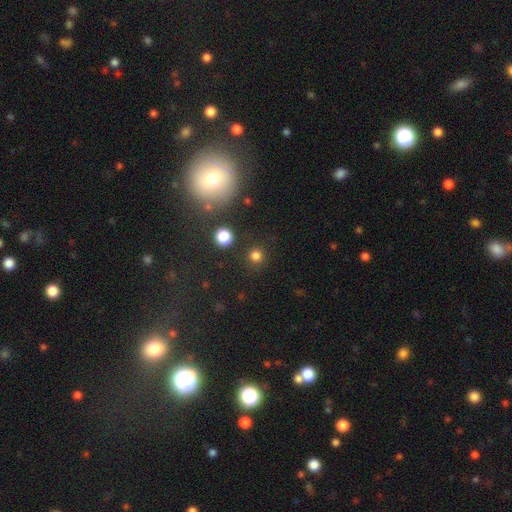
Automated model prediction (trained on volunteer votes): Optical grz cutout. It shows a smooth galaxy with no disk features (79%) that is round (93%). Merging: none (87%).